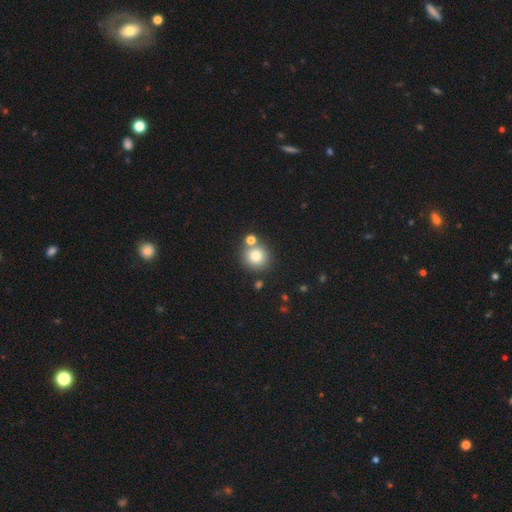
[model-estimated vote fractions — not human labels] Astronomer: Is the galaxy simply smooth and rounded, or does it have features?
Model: smooth — 80%.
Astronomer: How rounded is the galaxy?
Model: round — 92%.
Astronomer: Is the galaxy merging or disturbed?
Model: none — 70%.